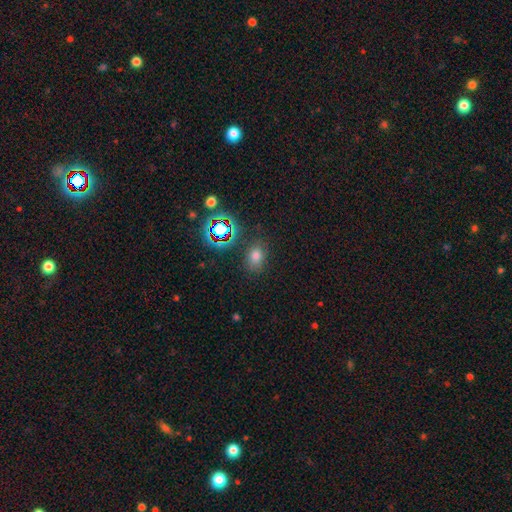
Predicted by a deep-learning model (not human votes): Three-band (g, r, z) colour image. It shows a smooth galaxy with no disk features (68%) that is in between round and cigar-shaped (63%). Merging: none (79%).